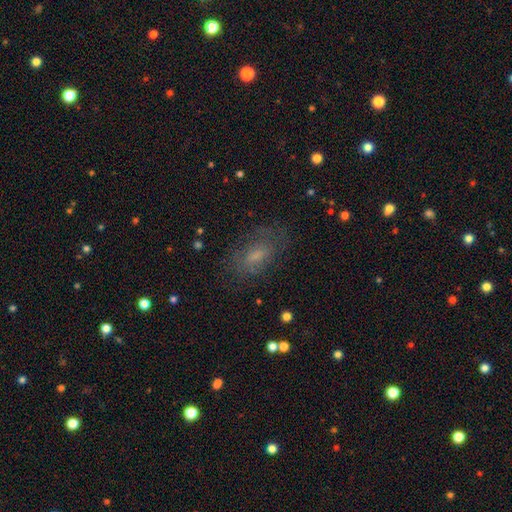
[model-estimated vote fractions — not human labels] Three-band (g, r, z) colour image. It shows a smooth galaxy with no disk features (51%) that is in between round and cigar-shaped (86%). Merging: none (72%).